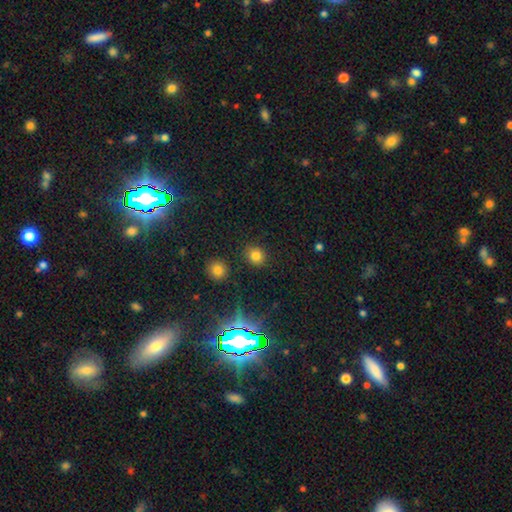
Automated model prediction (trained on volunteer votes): The model was most divided on "smooth or featured": smooth: 77%, star or artifact: 17%, featured or disk: 6%. More confident: merging — none (88%); how rounded — round (82%).